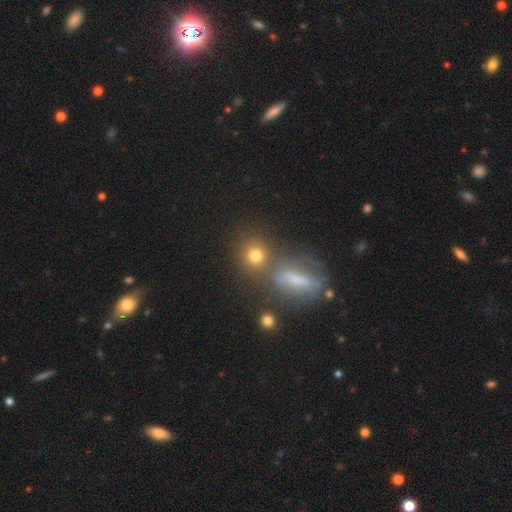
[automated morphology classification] Q: Smooth or featured?
A: smooth (71%); runner-up: star or artifact (17%)
Q: How rounded?
A: round (81%); runner-up: in between (16%)
Q: Merging?
A: none (62%); runner-up: merger (24%)